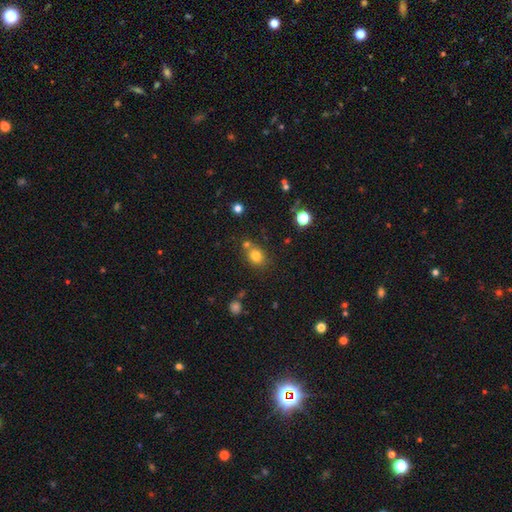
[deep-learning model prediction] Q: Smooth or featured?
A: smooth (78%); runner-up: star or artifact (13%)
Q: How rounded?
A: round (59%); runner-up: in between (40%)
Q: Merging?
A: none (67%); runner-up: merger (18%)